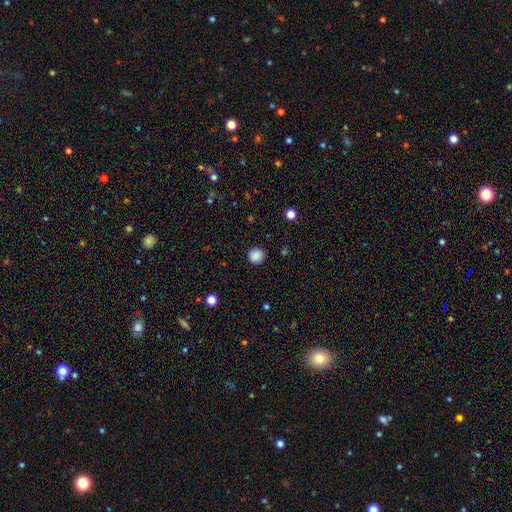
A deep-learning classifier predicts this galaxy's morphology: This appears to be a smooth galaxy with no disk features (87%) that is round (90%). Merging: none (91%).